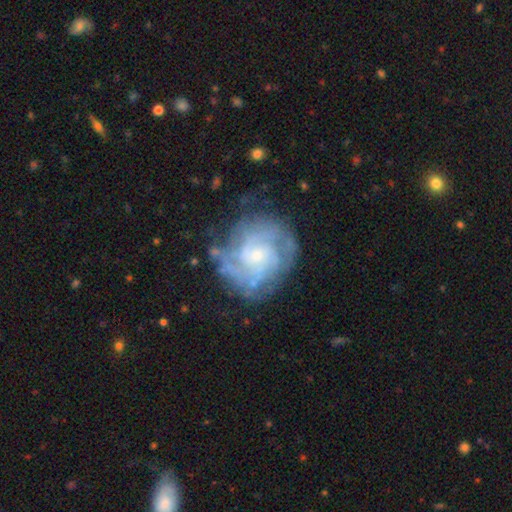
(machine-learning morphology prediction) type=featured or disk (84%); edge-on=no (98%); bar=no (64%); spiral arms=yes (94%); winding=tight (57%); arm count=2 (29%, tied with can't tell); bulge=small (69%); merging=none (68%).